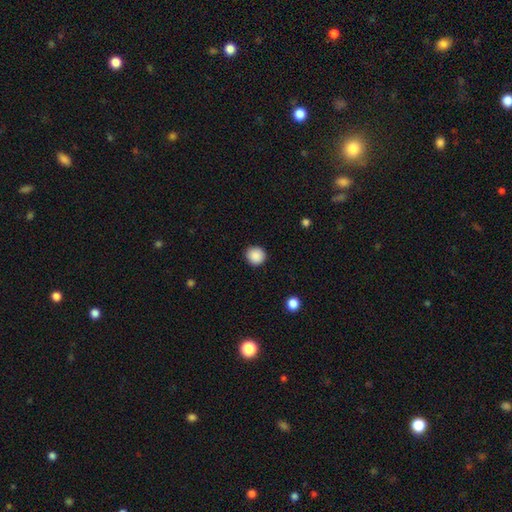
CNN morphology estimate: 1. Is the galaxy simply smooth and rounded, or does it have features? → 89% smooth, 9% star or artifact, 3% featured or disk.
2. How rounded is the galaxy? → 93% round, 7% in between, 1% cigar-shaped.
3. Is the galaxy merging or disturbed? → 91% none, 6% minor disturbance, 2% major disturbance, 1% merger.